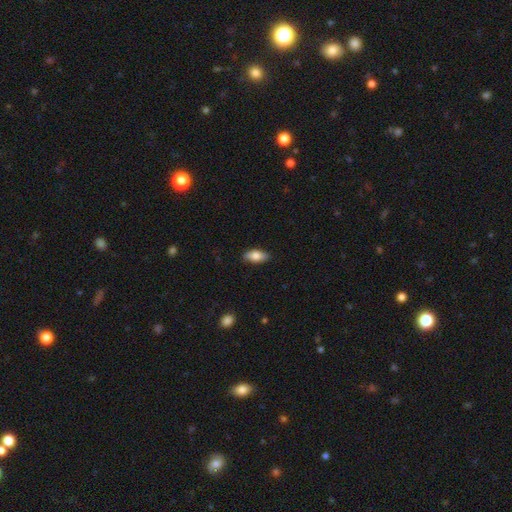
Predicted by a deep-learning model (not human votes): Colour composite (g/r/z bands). It shows a smooth galaxy with no disk features (81%) that is in between round and cigar-shaped (87%). Merging: none (87%).